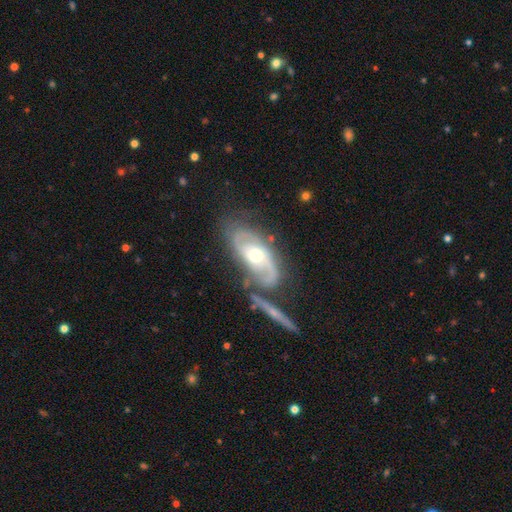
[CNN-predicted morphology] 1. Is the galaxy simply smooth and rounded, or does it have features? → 84% featured or disk, 11% smooth, 5% star or artifact.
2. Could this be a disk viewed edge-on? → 94% no, 6% yes.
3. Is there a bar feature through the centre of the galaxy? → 65% no, 26% weak, 8% strong.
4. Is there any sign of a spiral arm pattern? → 91% yes, 9% no.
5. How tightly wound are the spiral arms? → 44% medium, 36% tight, 19% loose.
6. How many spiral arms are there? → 79% 2, 10% can't tell, 5% 1, 3% 3, 1% 4, 1% more than 4.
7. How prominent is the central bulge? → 75% moderate, 15% small, 8% large, 1% dominant, 1% none.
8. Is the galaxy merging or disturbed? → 54% none, 20% minor disturbance, 13% merger, 13% major disturbance.